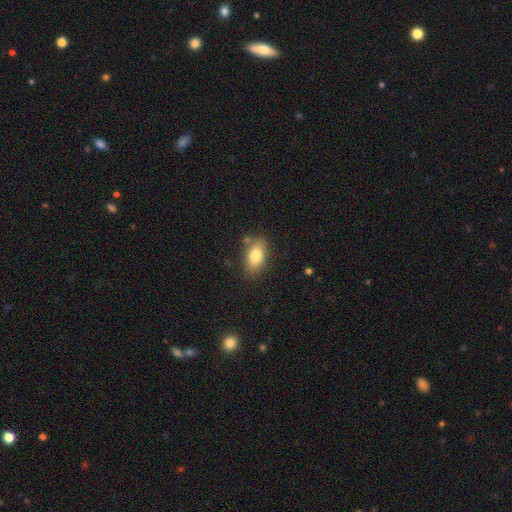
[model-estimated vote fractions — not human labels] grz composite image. It shows a smooth galaxy with no disk features (81%) that is in between round and cigar-shaped (88%). Merging: none (78%).